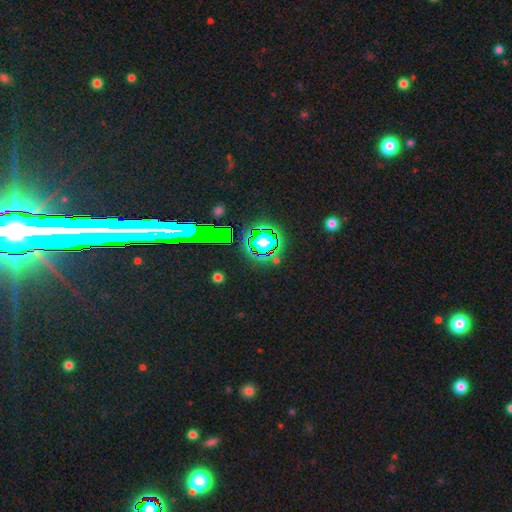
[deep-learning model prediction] Smooth or featured? Predicted: star or artifact (p=0.79).